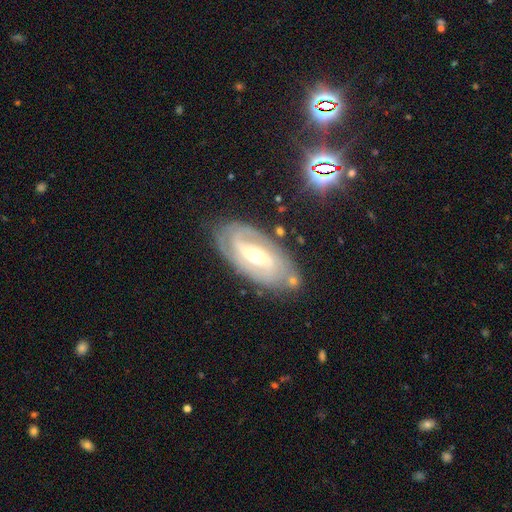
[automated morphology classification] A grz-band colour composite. It shows a featured or disk galaxy (84%) with a weak bar (43%), 2 (70%) tight (47%) spiral arms (93%) and a moderate central bulge (66%). Merging: none (77%).